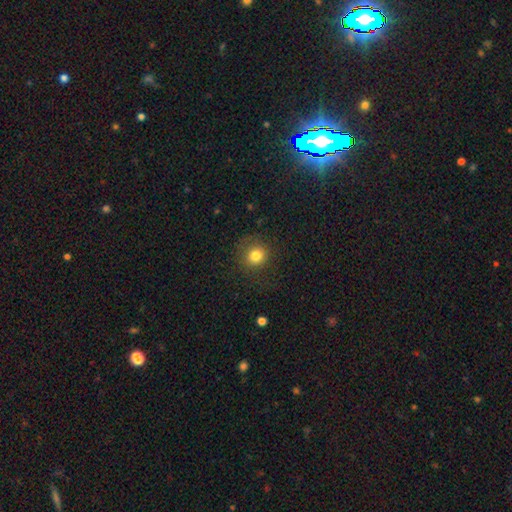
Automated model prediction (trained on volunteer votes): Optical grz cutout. It shows a smooth galaxy with no disk features (80%) that is round (87%). Merging: none (80%).